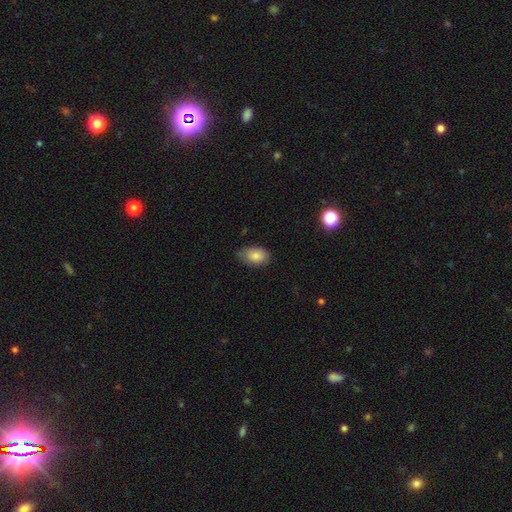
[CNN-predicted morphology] type=smooth (84%); roundness=in between (89%); merging=none (69%).